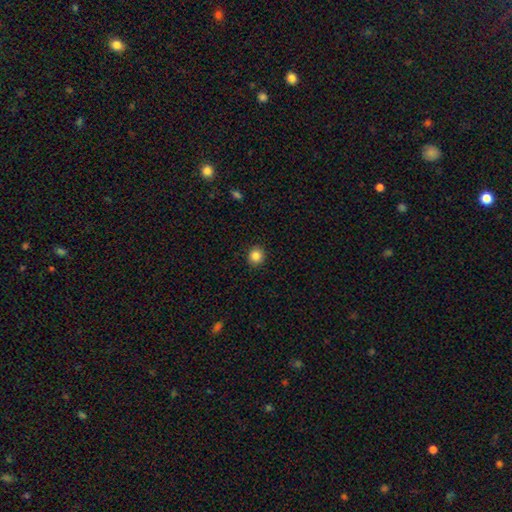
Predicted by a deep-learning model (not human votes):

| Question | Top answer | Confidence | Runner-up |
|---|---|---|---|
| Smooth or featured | smooth | 85% | star or artifact (10%) |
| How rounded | round | 87% | in between (12%) |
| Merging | none | 92% | minor disturbance (5%) |